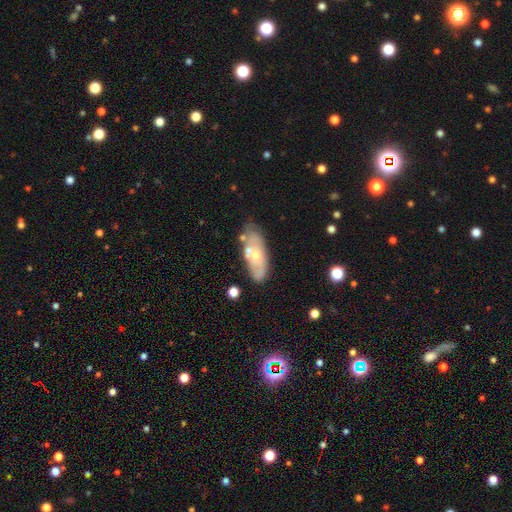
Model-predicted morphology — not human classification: The model was most divided on "smooth or featured": featured or disk: 56%, smooth: 37%, star or artifact: 7%. More confident: edge-on disk — no (85%); merging — none (59%).